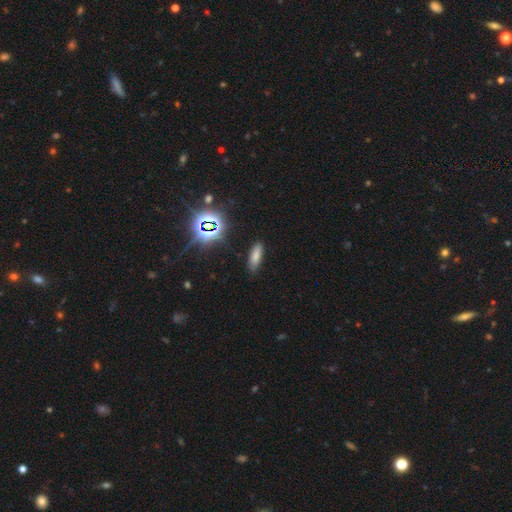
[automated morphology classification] A smooth galaxy with no disk features (71%) that is in between round and cigar-shaped (59%).

Vote fractions:
- Smooth or featured? smooth: 71% / star or artifact: 21% / featured or disk: 9%
- How rounded? in between: 59% / cigar-shaped: 38% / round: 4%
- Merging? none: 85% / minor disturbance: 10% / major disturbance: 3% / merger: 2%